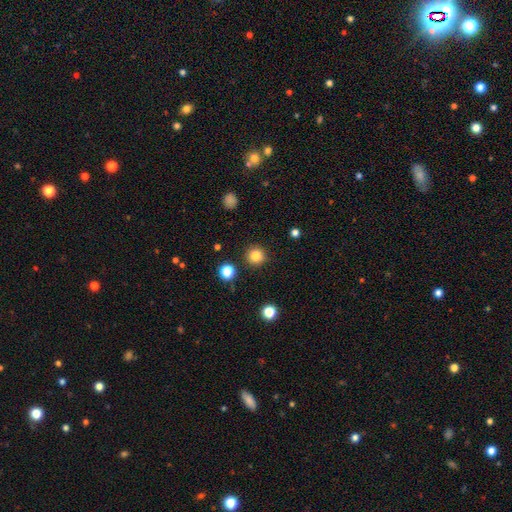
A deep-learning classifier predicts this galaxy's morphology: Smooth or featured? Predicted: smooth (p=0.84). How rounded? Predicted: round (p=0.95). Merging? Predicted: none (p=0.91).